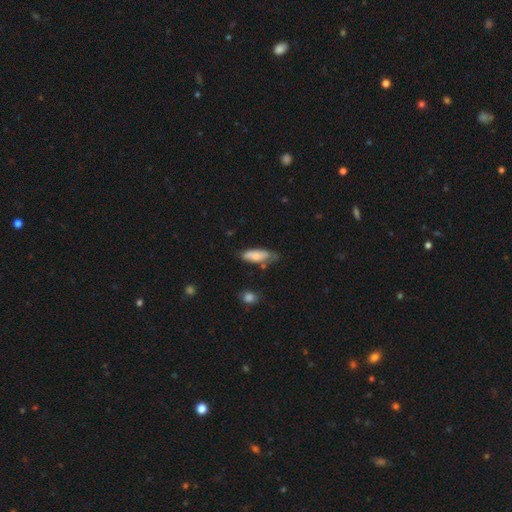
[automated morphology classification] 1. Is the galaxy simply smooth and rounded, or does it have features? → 73% smooth, 20% featured or disk, 7% star or artifact.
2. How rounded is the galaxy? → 67% in between, 31% cigar-shaped, 2% round.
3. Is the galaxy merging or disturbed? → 52% none, 33% minor disturbance, 9% major disturbance, 6% merger.